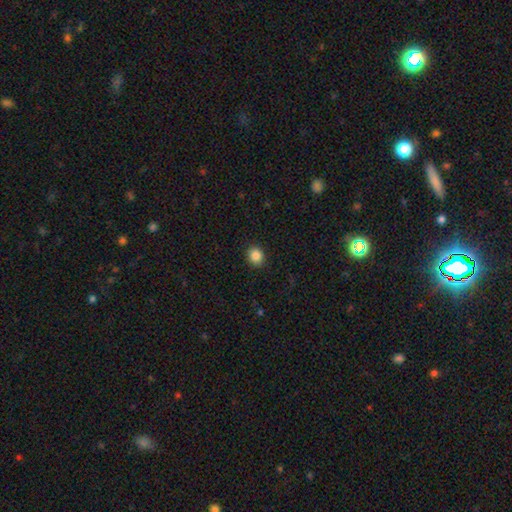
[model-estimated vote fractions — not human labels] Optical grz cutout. It shows a smooth galaxy with no disk features (87%) that is round (75%). Merging: none (91%).